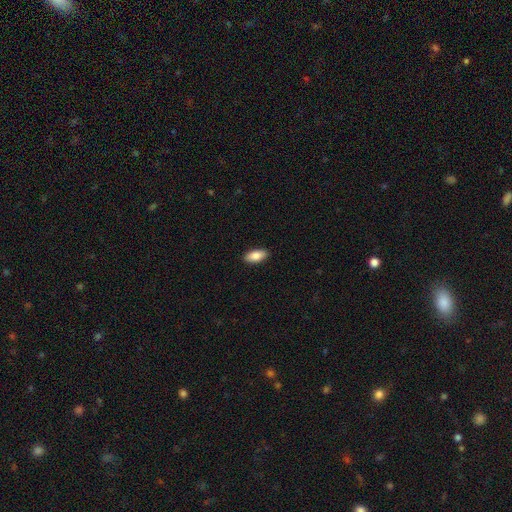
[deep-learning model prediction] Q: Smooth or featured?
A: smooth (86%); runner-up: featured or disk (7%)
Q: How rounded?
A: in between (89%); runner-up: cigar-shaped (8%)
Q: Merging?
A: none (90%); runner-up: minor disturbance (8%)